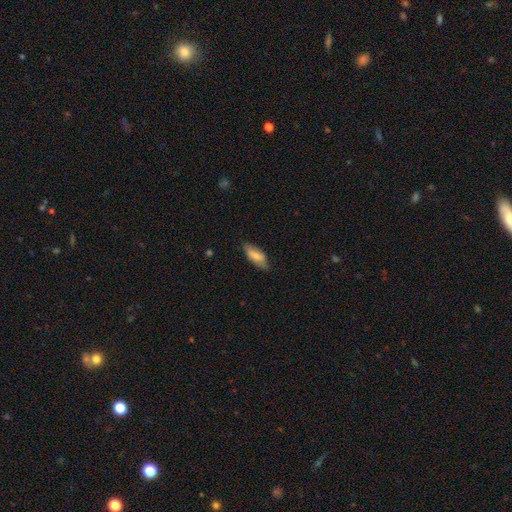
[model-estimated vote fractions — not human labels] A smooth galaxy with no disk features (73%) that is in between round and cigar-shaped (80%). Merging: none (73%).